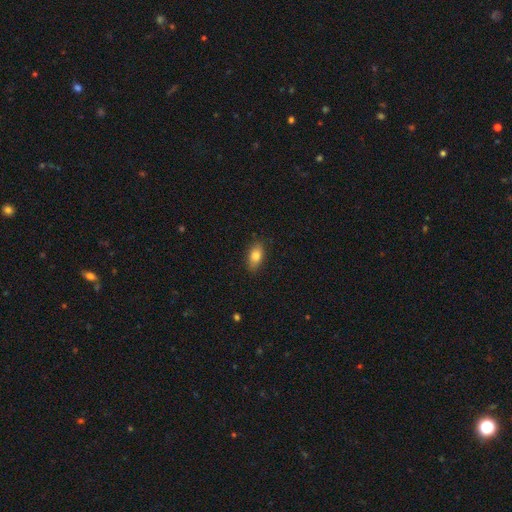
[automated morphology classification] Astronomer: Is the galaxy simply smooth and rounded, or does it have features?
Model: smooth — 82%.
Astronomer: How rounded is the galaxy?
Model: in between — 87%.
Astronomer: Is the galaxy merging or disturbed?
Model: none — 86%.